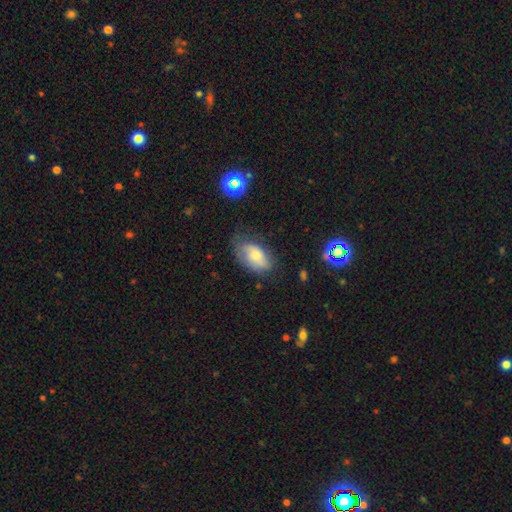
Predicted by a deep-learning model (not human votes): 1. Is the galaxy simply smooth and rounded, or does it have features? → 67% smooth, 24% featured or disk, 9% star or artifact.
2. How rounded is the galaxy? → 92% in between, 6% round, 2% cigar-shaped.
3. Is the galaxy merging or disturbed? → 53% none, 32% minor disturbance, 12% major disturbance, 2% merger.